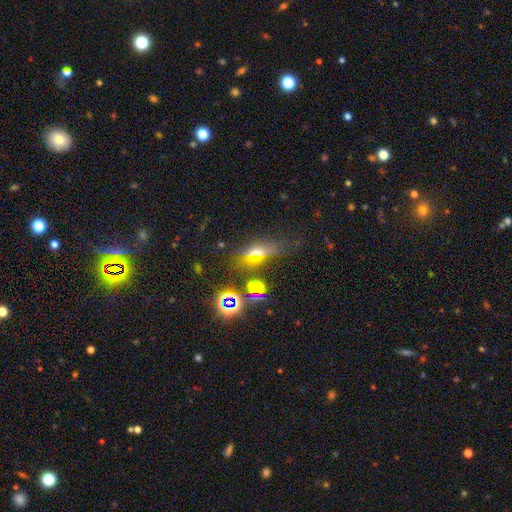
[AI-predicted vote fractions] Smooth or featured?
  - smooth: 42% *
  - star or artifact: 36%
  - featured or disk: 21%
Merging?
  - none: 66% *
  - minor disturbance: 15%
  - major disturbance: 9%
  - merger: 9%